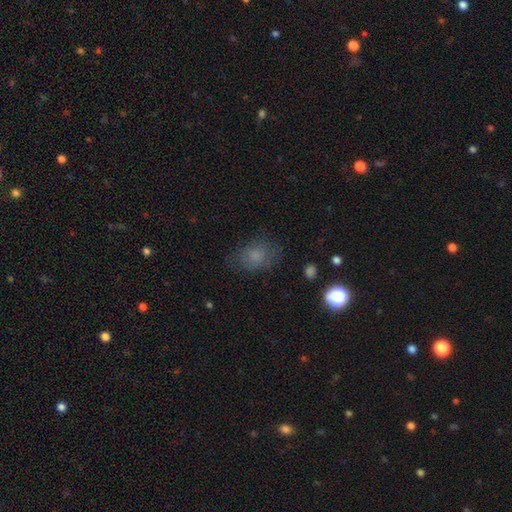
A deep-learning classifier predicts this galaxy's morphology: Smooth or featured?
  - smooth: 73% *
  - star or artifact: 14%
  - featured or disk: 13%
How rounded?
  - in between: 62% *
  - round: 36%
  - cigar-shaped: 1%
Merging?
  - none: 69% *
  - minor disturbance: 20%
  - major disturbance: 9%
  - merger: 2%